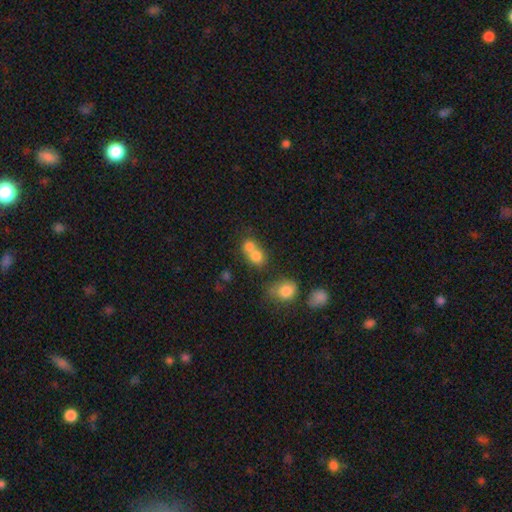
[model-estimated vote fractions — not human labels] Q: Smooth or featured?
A: smooth (74%); runner-up: featured or disk (14%)
Q: How rounded?
A: round (69%); runner-up: in between (30%)
Q: Merging?
A: merger (63%); runner-up: none (28%)